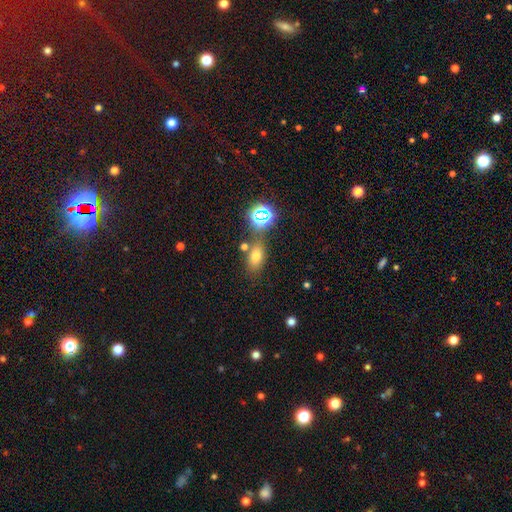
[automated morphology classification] A smooth galaxy with no disk features (66%) that is in between round and cigar-shaped (76%).

Vote fractions:
- Smooth or featured? smooth: 66% / star or artifact: 22% / featured or disk: 12%
- How rounded? in between: 76% / round: 20% / cigar-shaped: 4%
- Merging? none: 68% / merger: 15% / minor disturbance: 12% / major disturbance: 5%